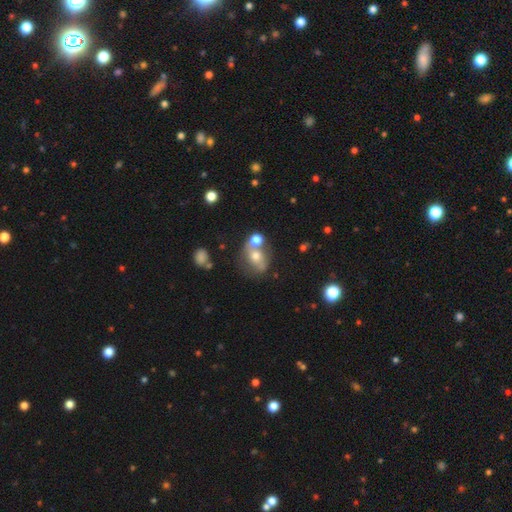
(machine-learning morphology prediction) A smooth galaxy with no disk features (55%) that is in between round and cigar-shaped (53%). Merging: none (41%).